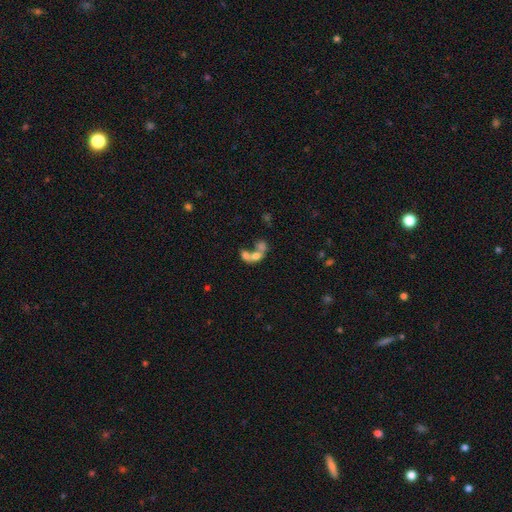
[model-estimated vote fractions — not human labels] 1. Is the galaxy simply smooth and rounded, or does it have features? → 56% smooth, 31% featured or disk, 13% star or artifact.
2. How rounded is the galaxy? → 72% in between, 25% round, 3% cigar-shaped.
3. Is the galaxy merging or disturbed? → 72% merger, 15% none, 8% major disturbance, 5% minor disturbance.